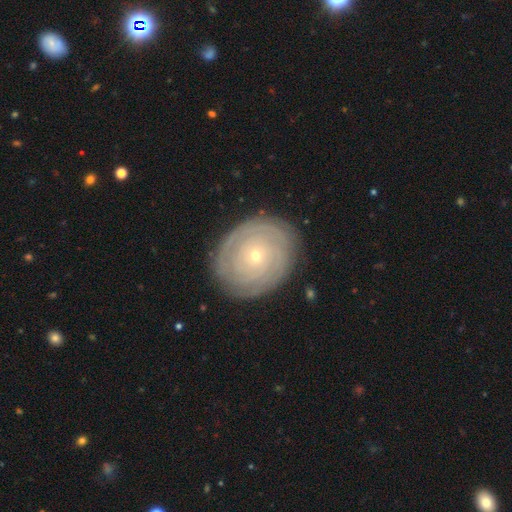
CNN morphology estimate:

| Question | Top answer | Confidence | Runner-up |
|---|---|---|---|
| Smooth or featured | featured or disk | 76% | smooth (18%) |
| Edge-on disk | no | 97% | yes (3%) |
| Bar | no | 83% | weak (13%) |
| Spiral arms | yes | 86% | no (14%) |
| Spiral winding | tight | 87% | medium (10%) |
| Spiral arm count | can't tell | 45% | 2 (16%) |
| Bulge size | small | 81% | moderate (16%) |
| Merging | none | 85% | minor disturbance (11%) |